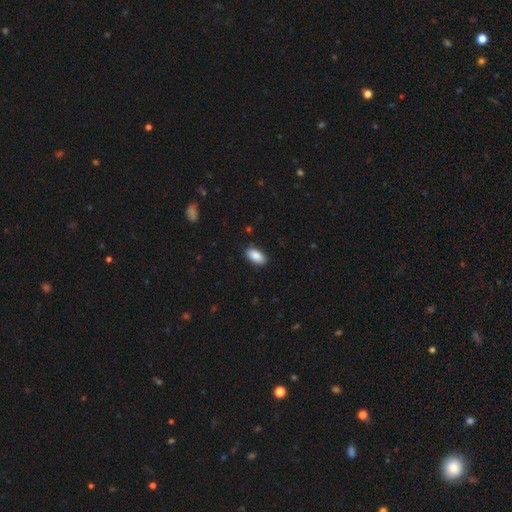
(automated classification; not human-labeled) Q: Smooth or featured?
A: smooth (90%); runner-up: star or artifact (6%)
Q: How rounded?
A: in between (94%); runner-up: cigar-shaped (3%)
Q: Merging?
A: none (87%); runner-up: minor disturbance (10%)